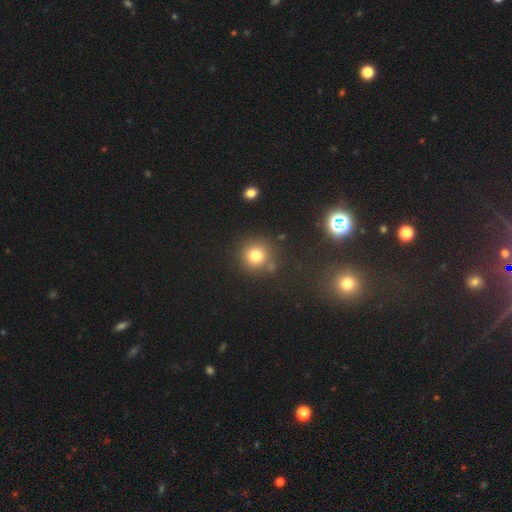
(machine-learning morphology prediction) The model was most divided on "smooth or featured": smooth: 77%, star or artifact: 16%, featured or disk: 7%. More confident: how rounded — round (92%); merging — none (79%).